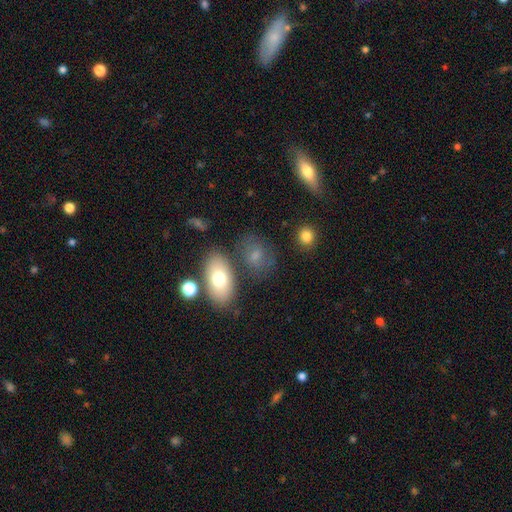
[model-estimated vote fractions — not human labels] Overall: smooth (68%). How rounded: in between (72%). Merging: none (65%).